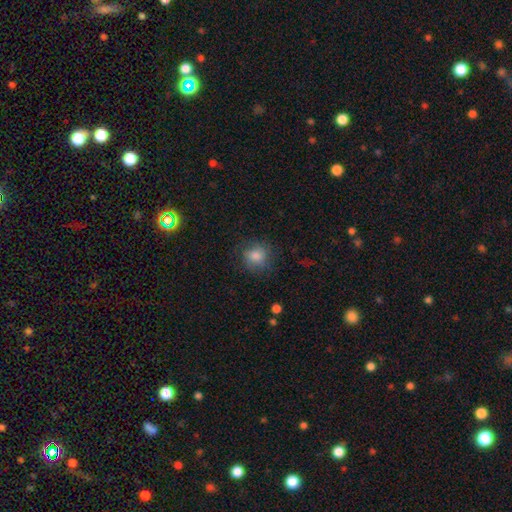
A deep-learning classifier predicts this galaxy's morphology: smooth-or-featured: smooth: 75% | featured or disk: 13% | star or artifact: 12%
  how-rounded: round: 80% | in between: 19% | cigar-shaped: 1%
  merging: none: 73% | minor disturbance: 17% | major disturbance: 8% | merger: 1%